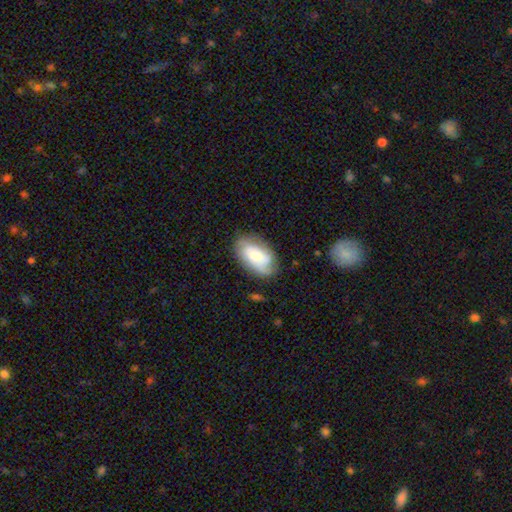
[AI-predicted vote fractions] This appears to be a smooth galaxy with no disk features (47%). Merging: none (69%).